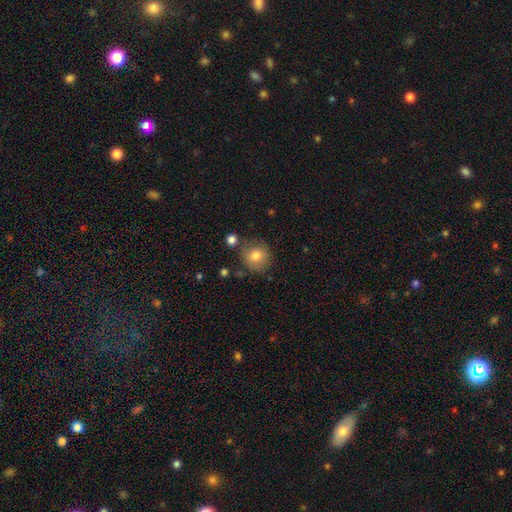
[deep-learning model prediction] smooth 79%, featured or disk 11%, star or artifact 10%. Down the decision tree: how rounded — round (89%); merging — none (76%).